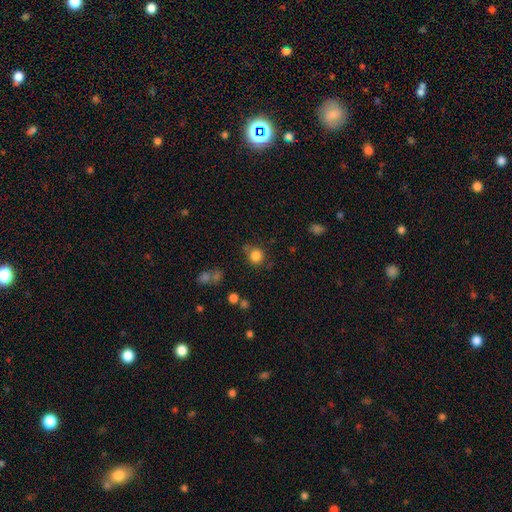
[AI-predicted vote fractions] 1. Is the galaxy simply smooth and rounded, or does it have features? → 83% smooth, 12% star or artifact, 5% featured or disk.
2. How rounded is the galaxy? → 89% round, 10% in between, 1% cigar-shaped.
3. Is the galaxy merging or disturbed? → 74% none, 15% minor disturbance, 6% merger, 5% major disturbance.